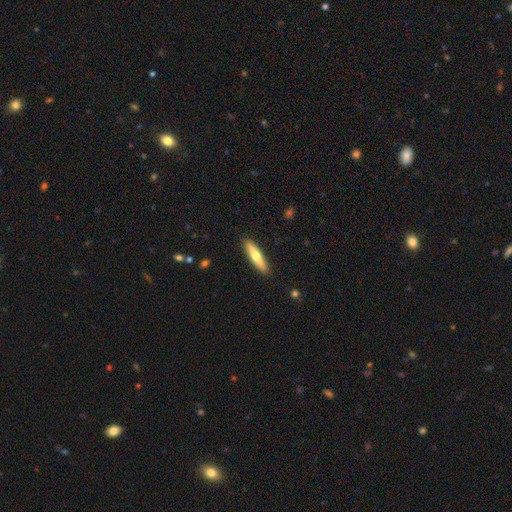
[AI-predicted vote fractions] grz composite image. It shows a smooth galaxy with no disk features (59%) that is cigar-shaped (80%). Merging: none (90%).